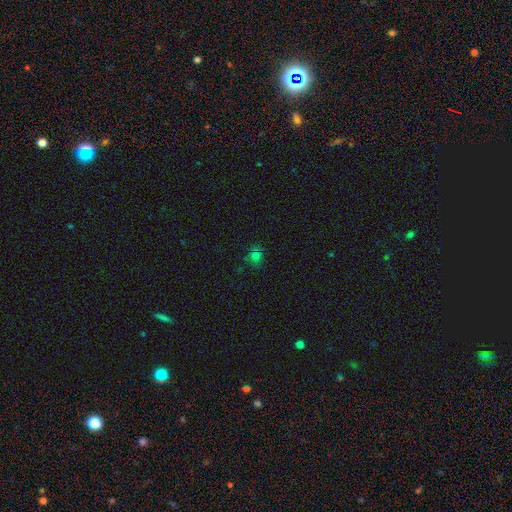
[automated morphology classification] Q: Smooth or featured?
A: smooth (64%); runner-up: star or artifact (27%)
Q: How rounded?
A: round (75%); runner-up: in between (24%)
Q: Merging?
A: none (75%); runner-up: minor disturbance (16%)